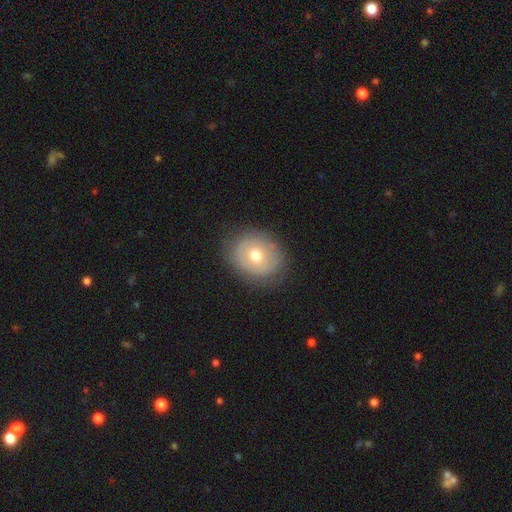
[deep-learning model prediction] smooth_or_featured: smooth (p=0.58) [alt: featured or disk p=0.33]
how_rounded: round (p=0.60) [alt: in between p=0.39]
merging: none (p=0.82) [alt: minor disturbance p=0.13]